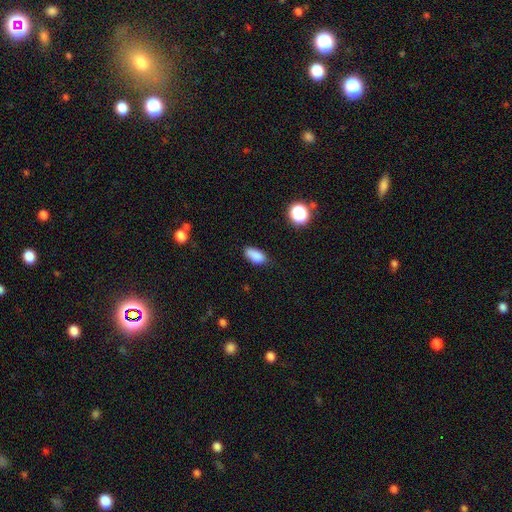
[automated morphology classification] This appears to be a smooth galaxy with no disk features (85%) that is in between round and cigar-shaped (87%). Merging: none (70%).